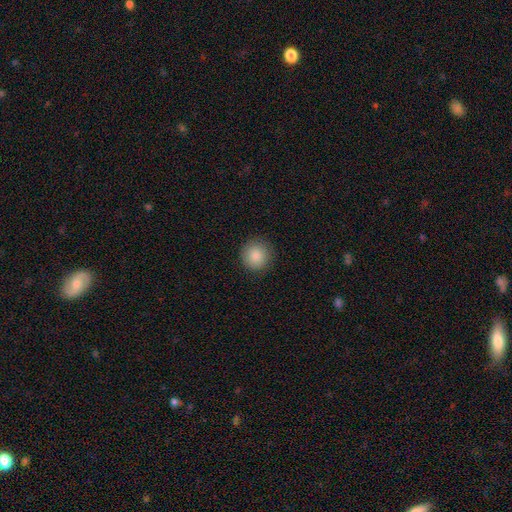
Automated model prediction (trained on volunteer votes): A smooth galaxy with no disk features (88%) that is round (93%). Merging: none (90%).